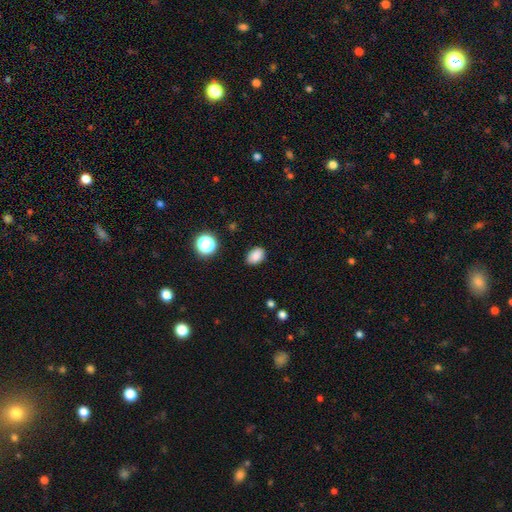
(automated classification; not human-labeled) Smooth or featured?
  - smooth: 85% *
  - star or artifact: 10%
  - featured or disk: 4%
How rounded?
  - in between: 81% *
  - round: 18%
  - cigar-shaped: 1%
Merging?
  - none: 86% *
  - minor disturbance: 10%
  - major disturbance: 2%
  - merger: 1%